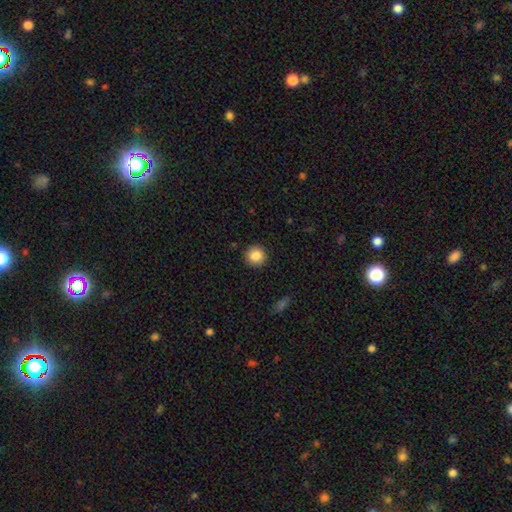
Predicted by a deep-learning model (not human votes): This is clearly a smooth galaxy (87%). How rounded: clearly round (95%). Merging: clearly none (92%).